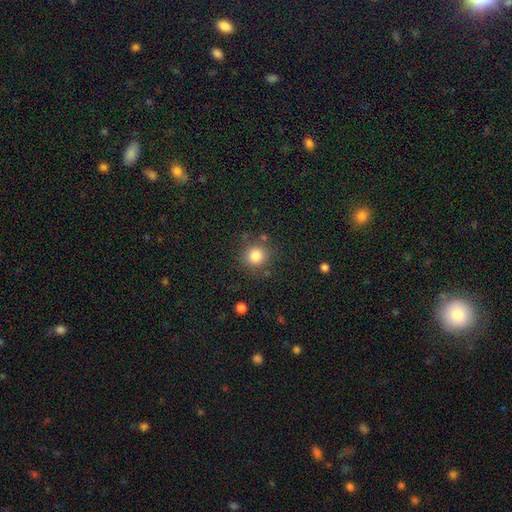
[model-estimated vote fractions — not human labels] Morphology: type=smooth (83%); roundness=round (91%); merging=none (82%).